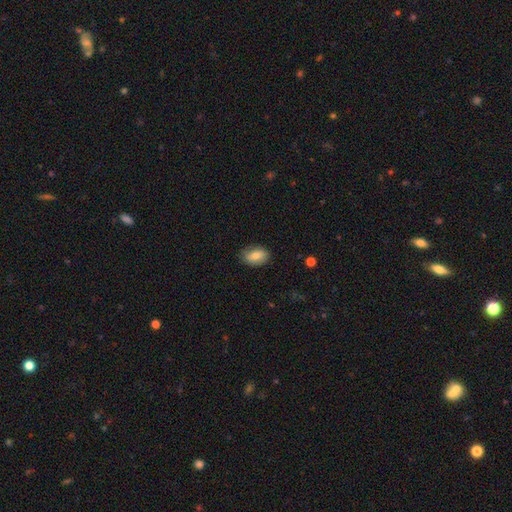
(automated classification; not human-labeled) This appears to be a smooth galaxy with no disk features (73%) that is in between round and cigar-shaped (86%). Merging: none (83%).